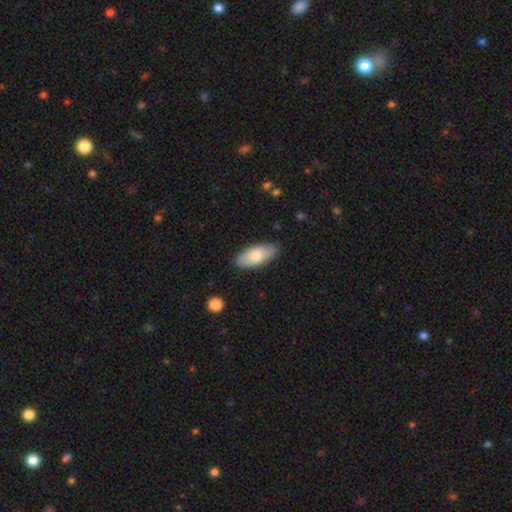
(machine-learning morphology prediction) smooth-or-featured: smooth: 75% | featured or disk: 19% | star or artifact: 6%
  how-rounded: in between: 87% | cigar-shaped: 11% | round: 2%
  merging: none: 85% | minor disturbance: 11% | major disturbance: 2% | merger: 1%